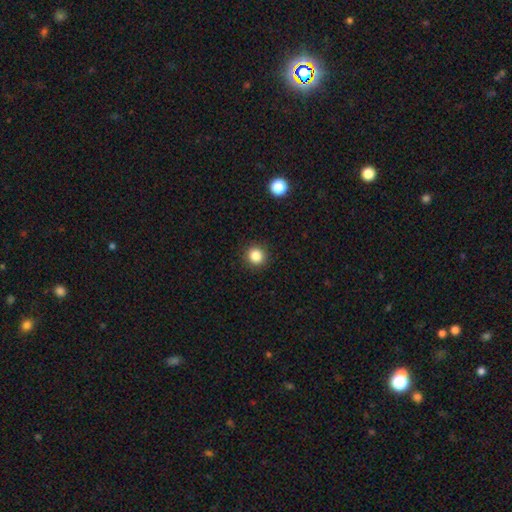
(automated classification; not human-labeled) A smooth galaxy with no disk features (85%) that is round (92%).

Vote fractions:
- Smooth or featured? smooth: 85% / star or artifact: 11% / featured or disk: 4%
- How rounded? round: 92% / in between: 7% / cigar-shaped: 1%
- Merging? none: 92% / minor disturbance: 6% / major disturbance: 2% / merger: 1%